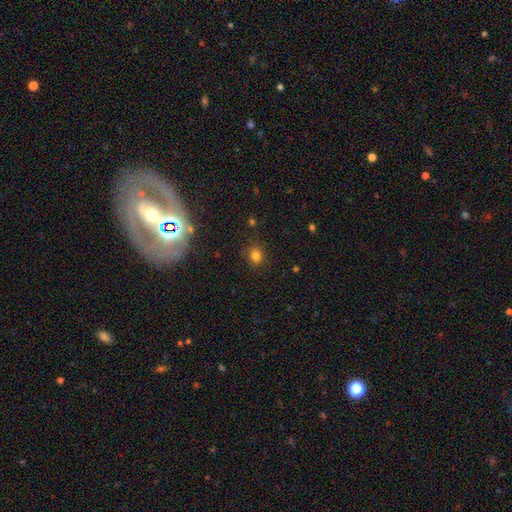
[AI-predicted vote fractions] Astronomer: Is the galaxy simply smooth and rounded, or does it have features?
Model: smooth — 79%.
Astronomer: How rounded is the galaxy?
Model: round — 82%.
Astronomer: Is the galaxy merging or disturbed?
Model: none — 86%.